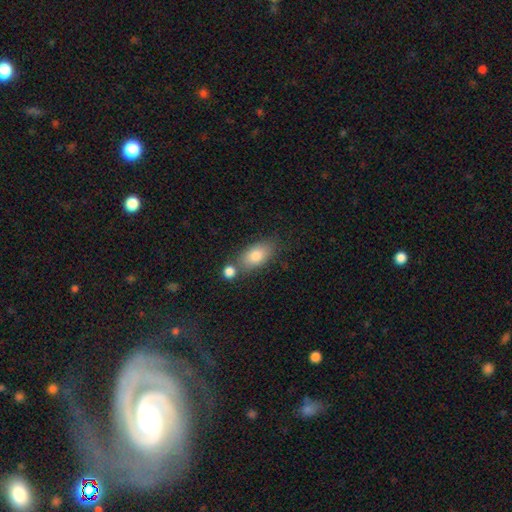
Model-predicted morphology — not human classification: Overall: smooth (80%). How rounded: in between (87%). Merging: none (60%; merger 22%).